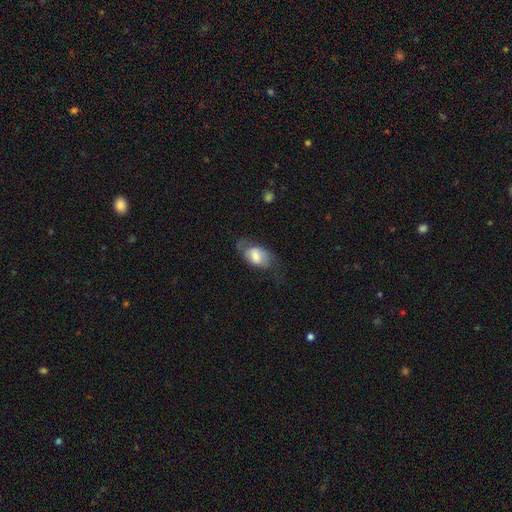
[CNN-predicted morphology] A smooth galaxy with no disk features (50%).

Vote fractions:
- Smooth or featured? smooth: 50% / featured or disk: 43% / star or artifact: 7%
- Merging? none: 50% / minor disturbance: 25% / major disturbance: 23% / merger: 2%